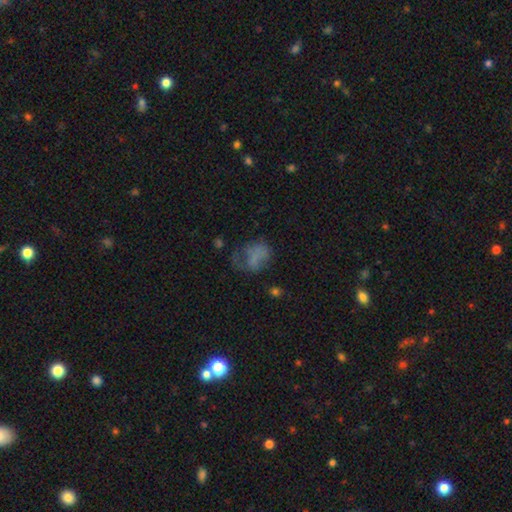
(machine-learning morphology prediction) Overall: smooth (55%; featured or disk 28%). How rounded: in between (60%; round 38%). Merging: major disturbance (38%; none 32%).